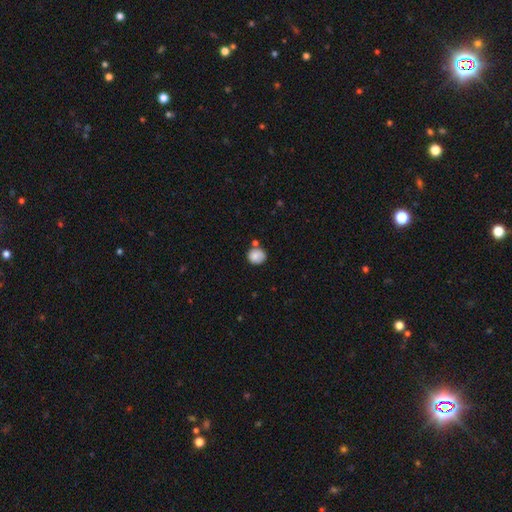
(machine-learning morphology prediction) Overall: smooth (85%). How rounded: round (82%). Merging: none (68%).